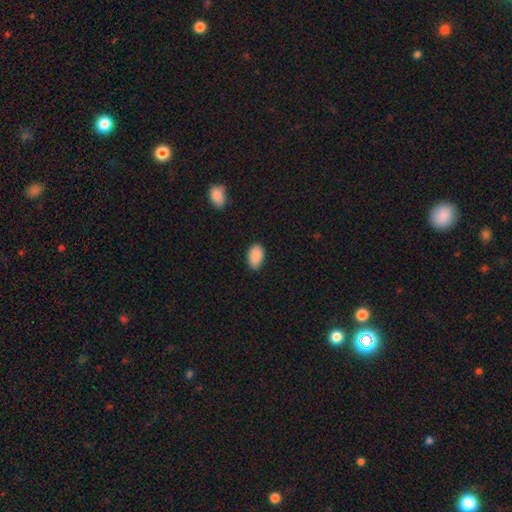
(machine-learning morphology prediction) The model was most divided on "merging": none: 85%, minor disturbance: 11%, major disturbance: 2%, merger: 1%. More confident: how rounded — in between (93%); smooth or featured — smooth (90%).